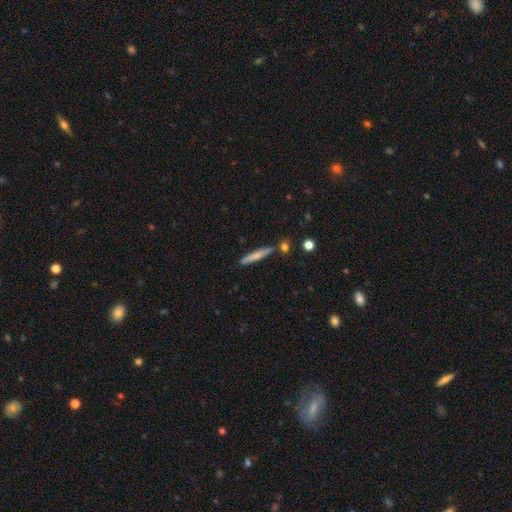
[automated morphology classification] Overall: smooth (66%; featured or disk 28%). How rounded: cigar-shaped (93%). Merging: none (79%).